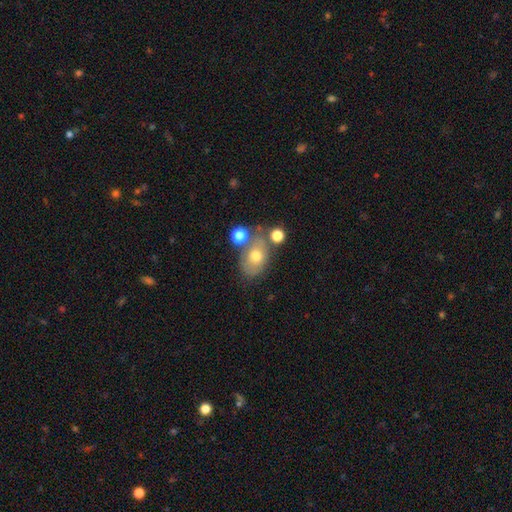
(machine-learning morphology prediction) A smooth galaxy with no disk features (59%) that is in between round and cigar-shaped (72%). Merging: none (54%).